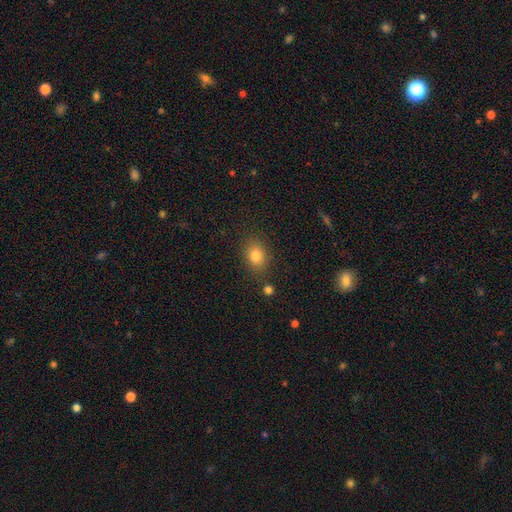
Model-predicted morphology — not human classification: Smooth or featured? smooth (81%)
How rounded? in between (57%)
Merging? none (81%)